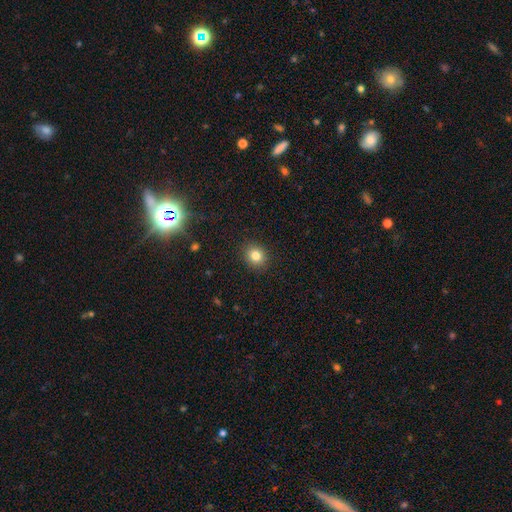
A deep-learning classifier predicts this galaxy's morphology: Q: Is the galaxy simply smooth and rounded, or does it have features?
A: smooth — 81%.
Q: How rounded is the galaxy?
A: round — 74%.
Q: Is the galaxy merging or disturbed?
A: none — 90%.